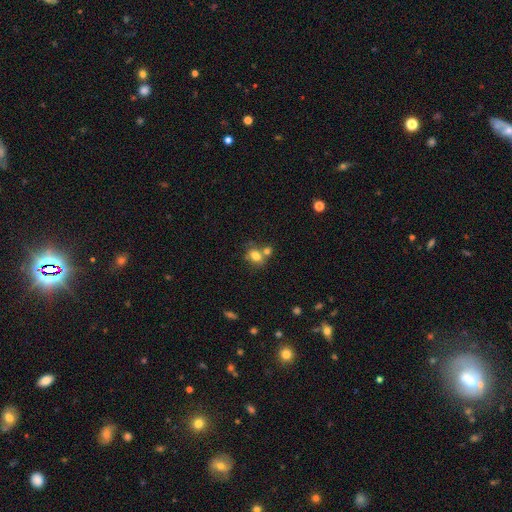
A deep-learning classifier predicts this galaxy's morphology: smooth-or-featured: smooth: 76% | featured or disk: 13% | star or artifact: 11%
  how-rounded: in between: 61% | round: 37% | cigar-shaped: 2%
  merging: none: 42% | merger: 38% | minor disturbance: 14% | major disturbance: 6%